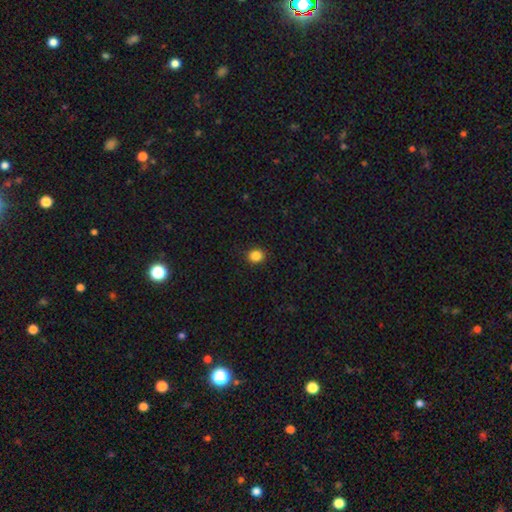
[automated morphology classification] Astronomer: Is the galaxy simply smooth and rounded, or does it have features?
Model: smooth — 85%.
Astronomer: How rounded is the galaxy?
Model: round — 77%.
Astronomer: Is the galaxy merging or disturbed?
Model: none — 91%.